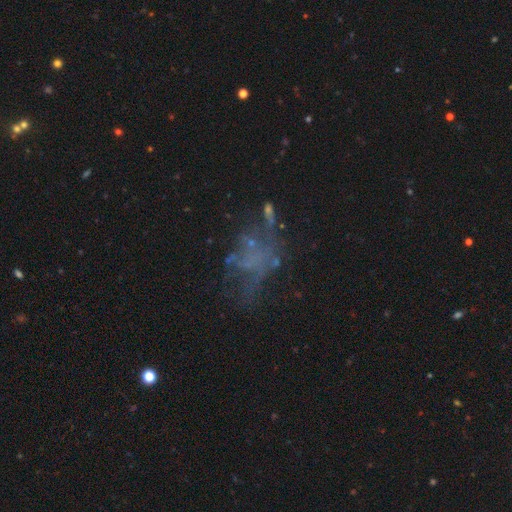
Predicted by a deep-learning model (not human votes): featured or disk 50%, star or artifact 28%, smooth 22%. Down the decision tree: merging — none (44%).